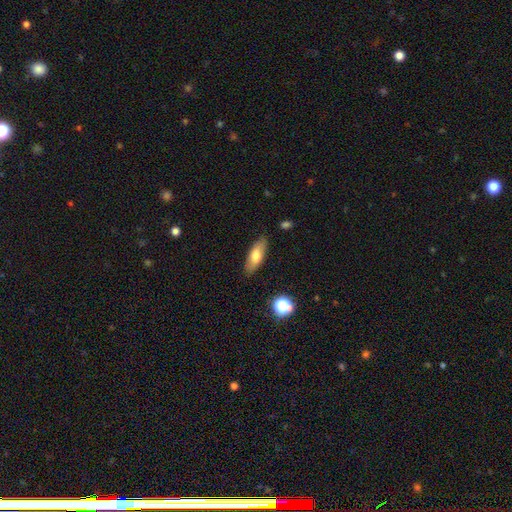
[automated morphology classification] Smooth or featured: smooth — 72% (featured or disk — 21%)
How rounded: in between — 68% (cigar-shaped — 30%)
Merging: none — 84% (minor disturbance — 12%)